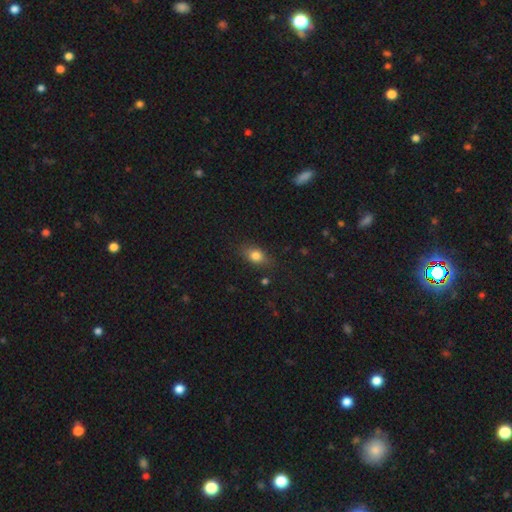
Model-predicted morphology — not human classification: Smooth or featured? smooth (79%)
How rounded? in between (74%)
Merging? none (79%)